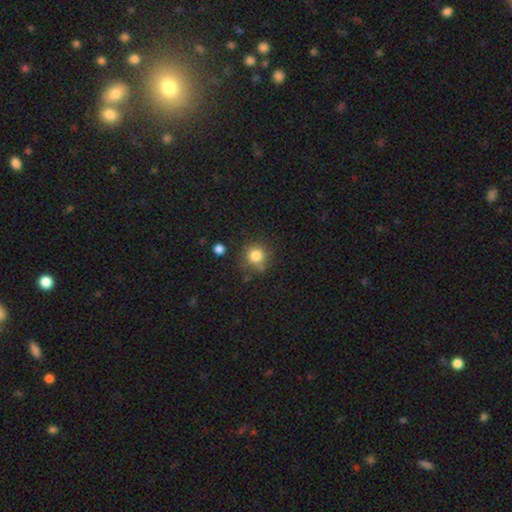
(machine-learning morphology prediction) A smooth galaxy with no disk features (82%) that is round (91%).

Vote fractions:
- Smooth or featured? smooth: 82% / star or artifact: 12% / featured or disk: 7%
- How rounded? round: 91% / in between: 8% / cigar-shaped: 1%
- Merging? none: 75% / minor disturbance: 14% / merger: 6% / major disturbance: 4%